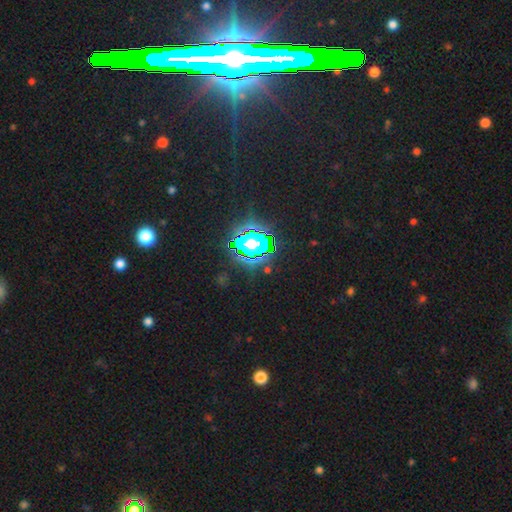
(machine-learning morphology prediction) Smooth or featured? Predicted: star or artifact (p=0.74).